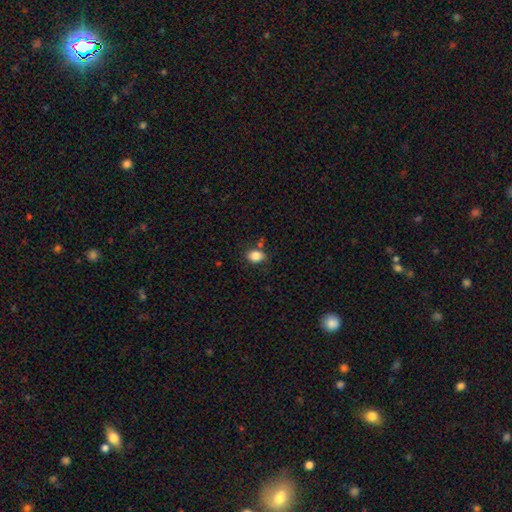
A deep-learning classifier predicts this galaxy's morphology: Smooth or featured? smooth (84%)
How rounded? in between (58%)
Merging? none (71%)